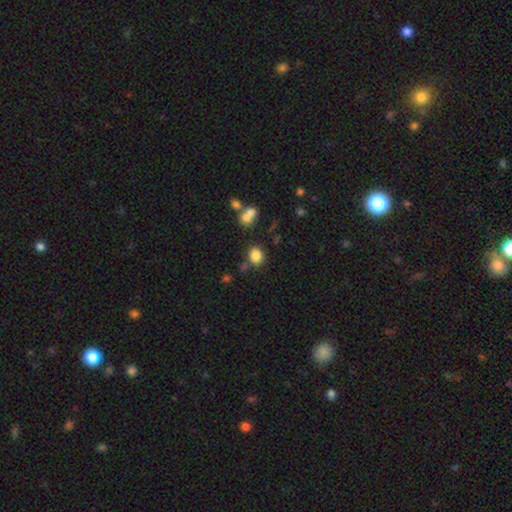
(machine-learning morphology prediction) Overall: smooth (83%). How rounded: round (58%; in between 41%). Merging: none (73%).